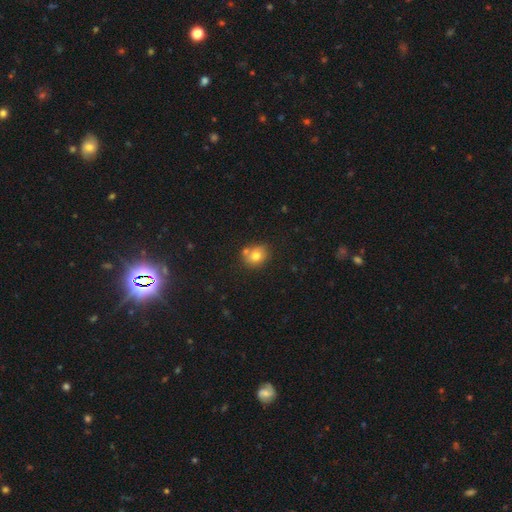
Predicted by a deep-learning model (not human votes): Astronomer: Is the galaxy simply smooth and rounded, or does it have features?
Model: smooth — 76%.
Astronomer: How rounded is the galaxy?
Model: round — 68%.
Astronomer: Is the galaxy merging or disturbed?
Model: none — 64%.